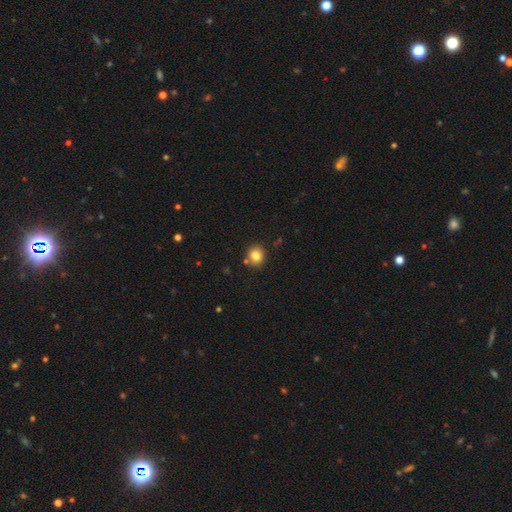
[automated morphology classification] Smooth or featured? smooth (83%)
How rounded? round (86%)
Merging? none (83%)